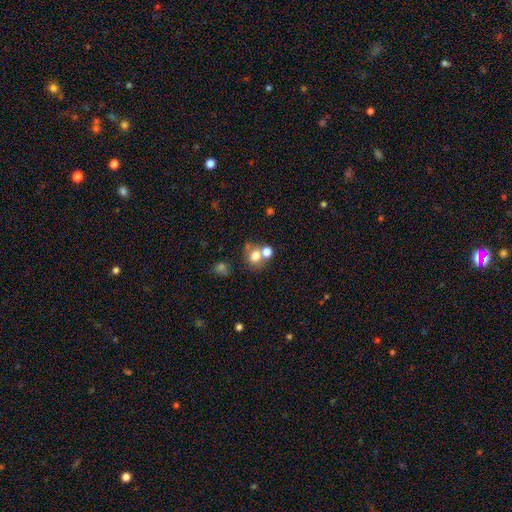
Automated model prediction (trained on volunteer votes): Overall: smooth (73%). How rounded: round (69%; in between 30%). Merging: none (45%; merger 40%).